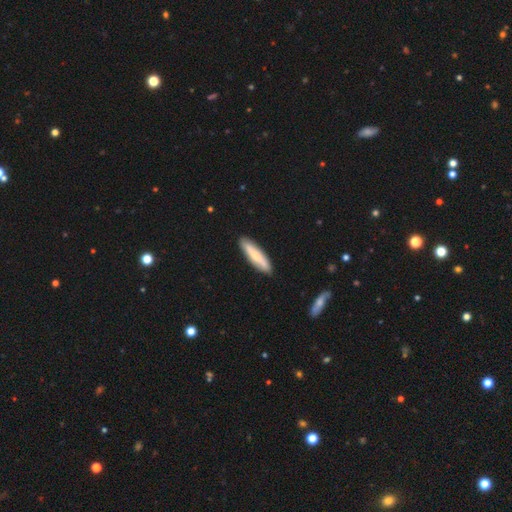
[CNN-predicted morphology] Smooth or featured?
  - smooth: 62% *
  - featured or disk: 33%
  - star or artifact: 5%
How rounded?
  - cigar-shaped: 76% *
  - in between: 22%
  - round: 2%
Merging?
  - none: 88% *
  - minor disturbance: 9%
  - major disturbance: 2%
  - merger: 1%